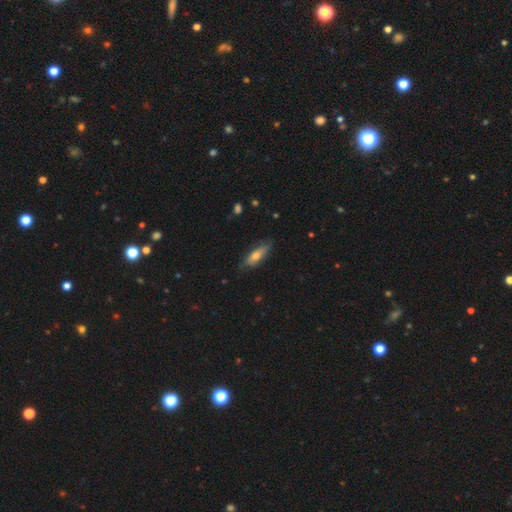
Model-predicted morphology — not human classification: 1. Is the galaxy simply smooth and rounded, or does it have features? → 60% smooth, 33% featured or disk, 6% star or artifact.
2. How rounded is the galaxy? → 53% in between, 44% cigar-shaped, 2% round.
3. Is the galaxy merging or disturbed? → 74% none, 21% minor disturbance, 4% major disturbance, 1% merger.